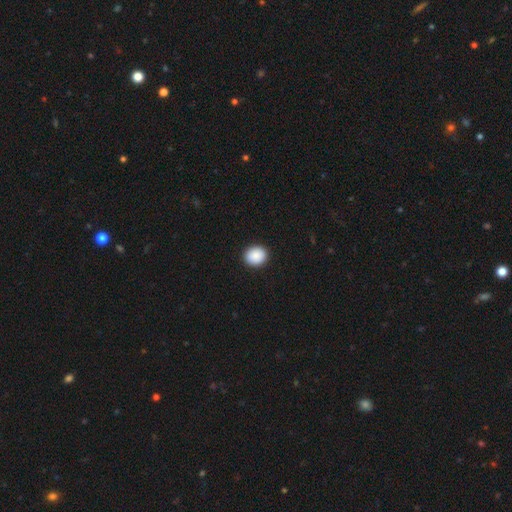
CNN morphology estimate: A smooth galaxy with no disk features (90%) that is round (71%). Merging: none (92%).